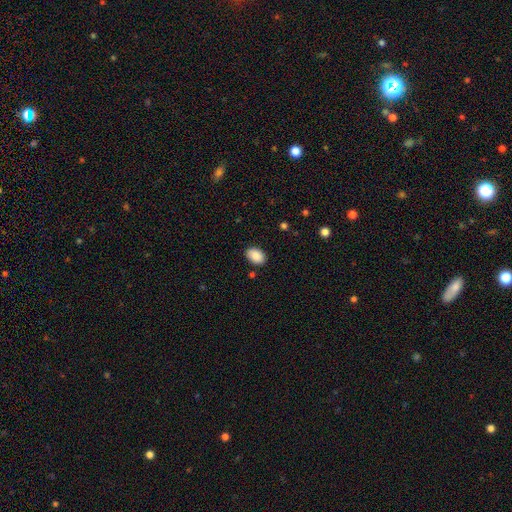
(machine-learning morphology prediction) smooth-or-featured: smooth: 88% | star or artifact: 7% | featured or disk: 5%
  how-rounded: in between: 86% | round: 13% | cigar-shaped: 1%
  merging: none: 87% | minor disturbance: 10% | major disturbance: 2% | merger: 1%